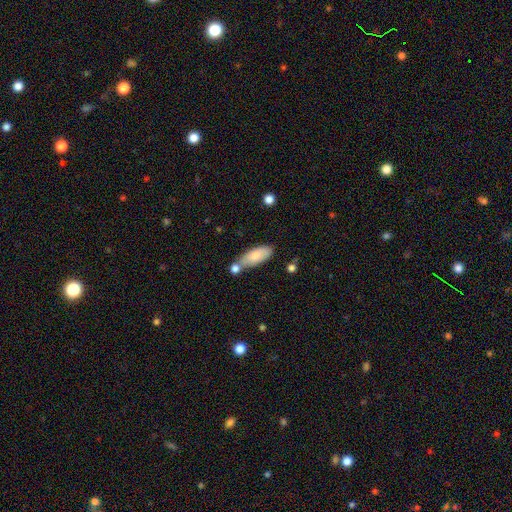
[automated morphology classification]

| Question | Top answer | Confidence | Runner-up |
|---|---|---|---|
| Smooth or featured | smooth | 76% | featured or disk (18%) |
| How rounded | in between | 74% | cigar-shaped (23%) |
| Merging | none | 50% | merger (24%) |